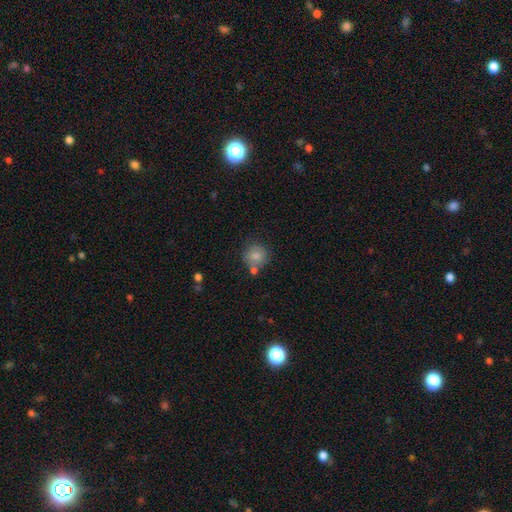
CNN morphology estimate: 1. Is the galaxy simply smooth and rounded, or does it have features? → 81% smooth, 10% featured or disk, 9% star or artifact.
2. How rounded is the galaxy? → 88% round, 11% in between, 1% cigar-shaped.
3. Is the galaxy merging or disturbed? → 64% none, 17% merger, 15% minor disturbance, 4% major disturbance.